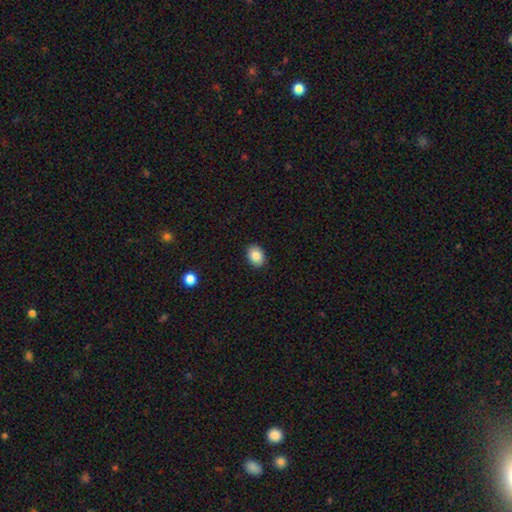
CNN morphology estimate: smooth-or-featured: smooth: 85% | star or artifact: 8% | featured or disk: 7%
  how-rounded: in between: 70% | round: 29% | cigar-shaped: 1%
  merging: none: 90% | minor disturbance: 7% | major disturbance: 2% | merger: 1%